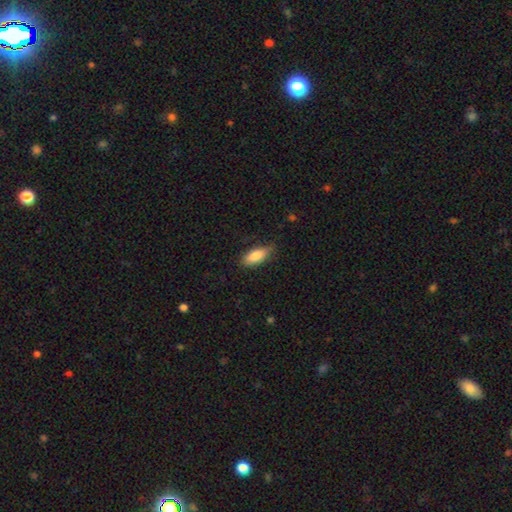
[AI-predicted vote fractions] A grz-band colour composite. It shows a smooth galaxy with no disk features (86%) that is in between round and cigar-shaped (81%). Merging: none (78%).